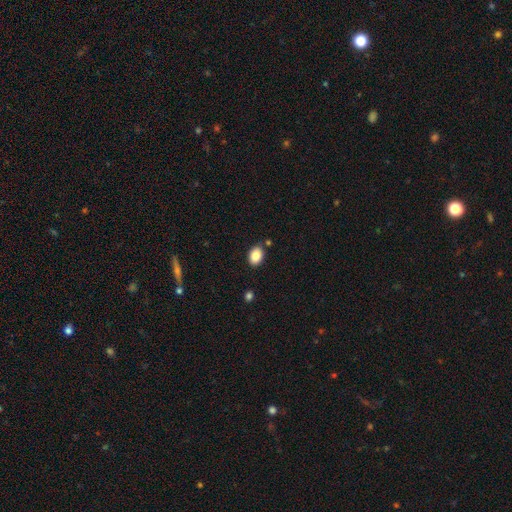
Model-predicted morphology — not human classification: A smooth galaxy with no disk features (87%) that is in between round and cigar-shaped (82%). Merging: none (84%).